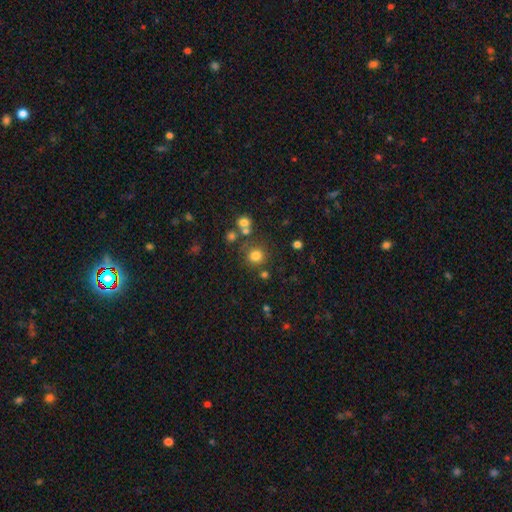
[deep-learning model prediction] Overall: smooth (78%). How rounded: round (92%). Merging: none (77%).